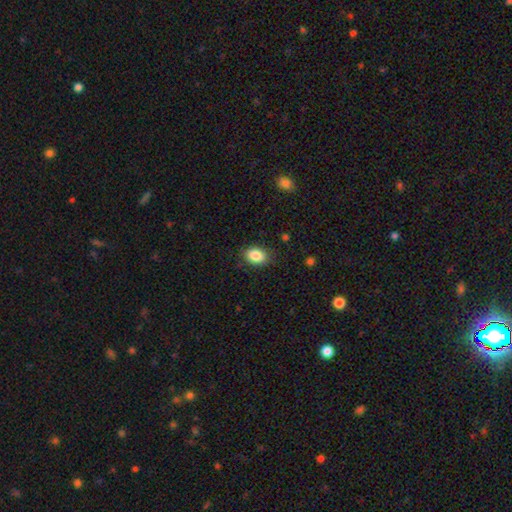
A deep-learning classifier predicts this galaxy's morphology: Smooth or featured? smooth (86%)
How rounded? in between (77%)
Merging? none (84%)